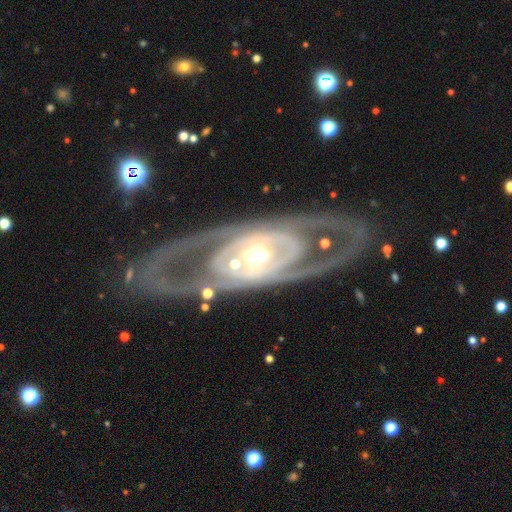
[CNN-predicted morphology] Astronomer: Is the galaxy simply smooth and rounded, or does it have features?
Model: featured or disk — 85%.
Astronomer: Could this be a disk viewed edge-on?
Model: no — 88%.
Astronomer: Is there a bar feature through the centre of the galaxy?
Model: no — 58%.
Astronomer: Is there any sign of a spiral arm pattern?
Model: yes — 65%.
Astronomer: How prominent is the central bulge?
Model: moderate — 68%.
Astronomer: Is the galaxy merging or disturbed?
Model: none — 68%.